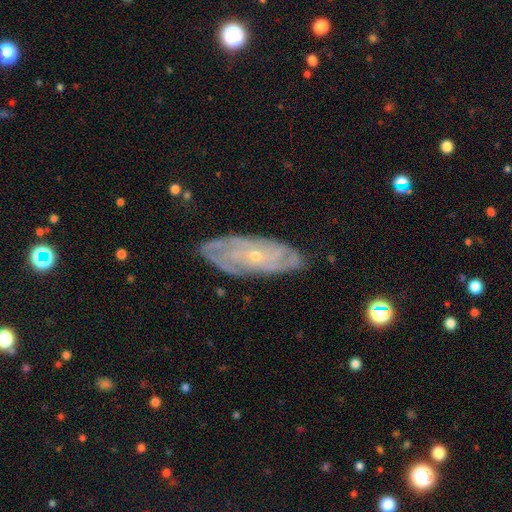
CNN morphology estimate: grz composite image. It shows a featured or disk galaxy (82%) with no bar (78%), tight (73%) spiral arms (91%) and a small central bulge (80%). Merging: none (80%).